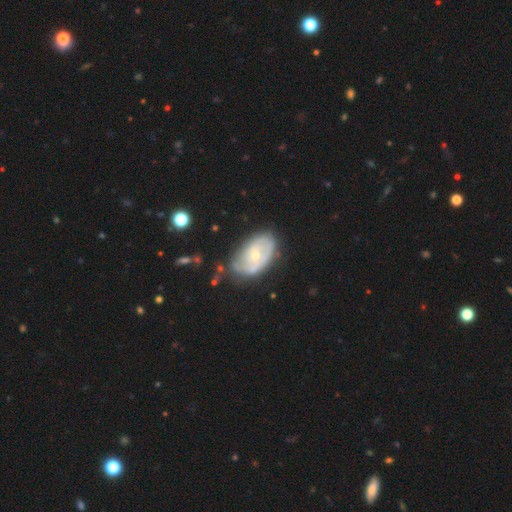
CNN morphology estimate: The model was most divided on "spiral arms": yes: 54%, no: 46%. More confident: edge-on disk — no (94%); bar — no (80%); smooth or featured — featured or disk (62%); merging — none (58%); bulge size — small (57%).